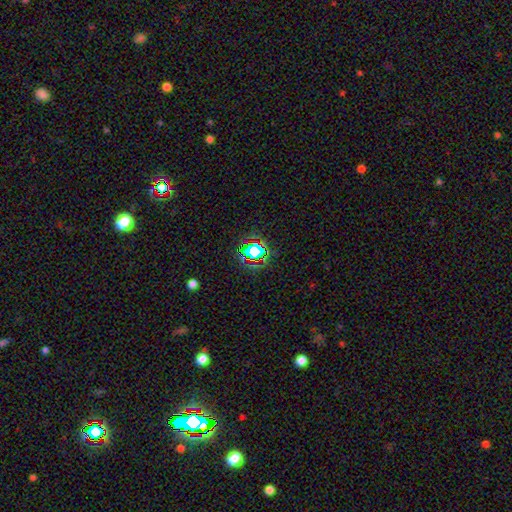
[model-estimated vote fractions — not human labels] Smooth or featured: star or artifact — 72% (smooth — 18%)